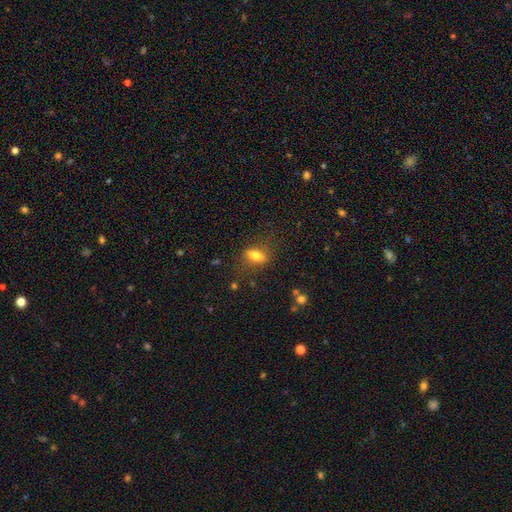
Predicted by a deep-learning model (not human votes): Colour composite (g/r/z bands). It shows a smooth galaxy with no disk features (69%) that is in between round and cigar-shaped (71%). Merging: none (76%).